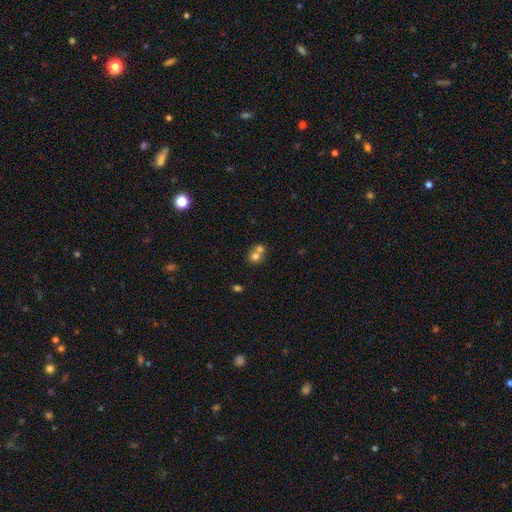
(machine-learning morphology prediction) This is likely a smooth galaxy (71%). How rounded: clearly round (81%). Merging: possibly merger (58%).